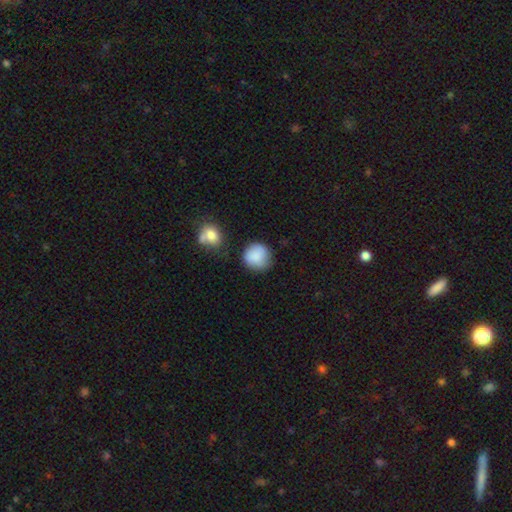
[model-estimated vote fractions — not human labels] A smooth galaxy with no disk features (86%) that is round (90%). Merging: none (73%).